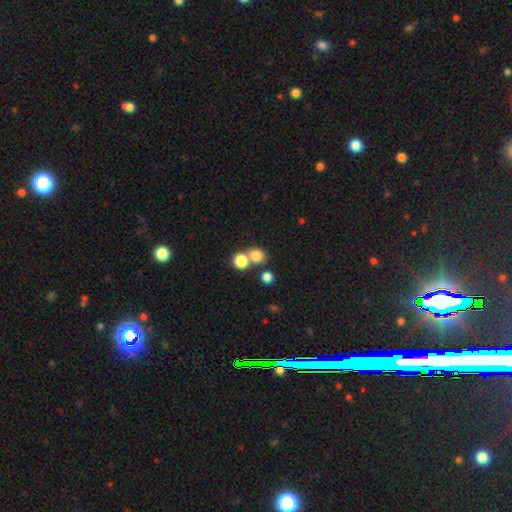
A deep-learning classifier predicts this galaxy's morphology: A smooth galaxy with no disk features (77%) that is round (81%).

Vote fractions:
- Smooth or featured? smooth: 77% / star or artifact: 15% / featured or disk: 8%
- How rounded? round: 81% / in between: 18% / cigar-shaped: 1%
- Merging? none: 53% / merger: 36% / minor disturbance: 7% / major disturbance: 3%